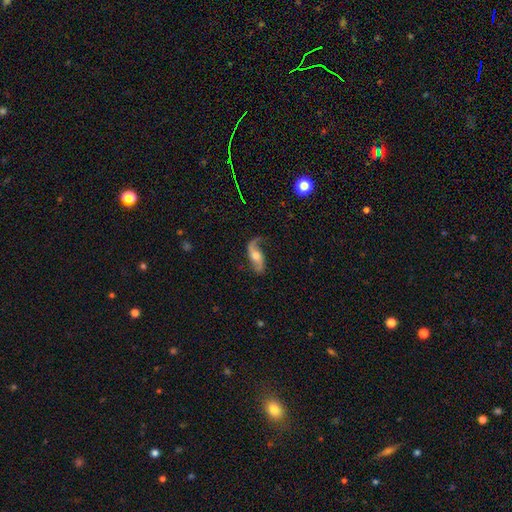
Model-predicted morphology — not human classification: featured or disk 82%, smooth 12%, star or artifact 6%. Down the decision tree: edge-on disk — no (93%); bar — no (56%); spiral arms — yes (95%); spiral arm count — 2 (89%); spiral winding — loose (80%); bulge size — moderate (63%); merging — none (71%).